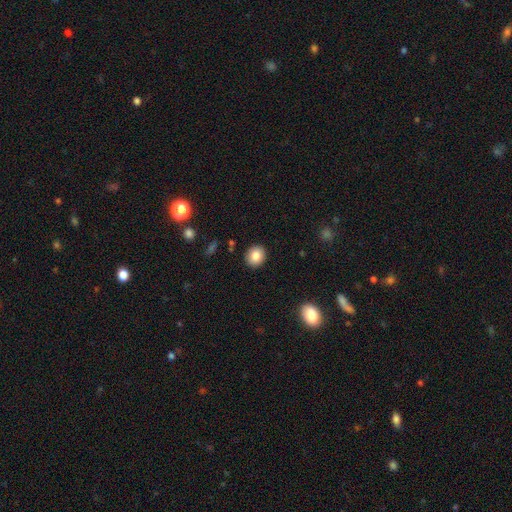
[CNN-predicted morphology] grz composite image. It shows a smooth galaxy with no disk features (84%) that is round (76%). Merging: none (91%).